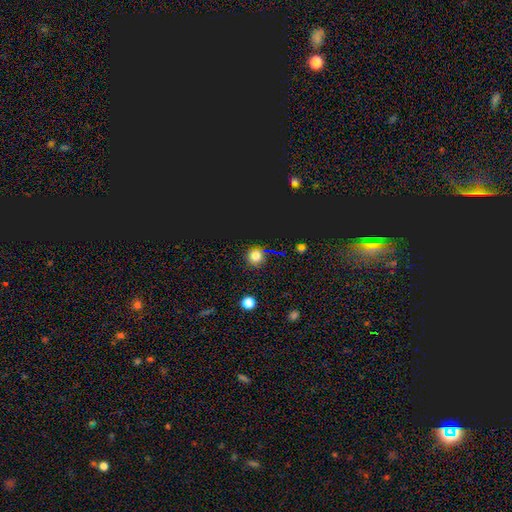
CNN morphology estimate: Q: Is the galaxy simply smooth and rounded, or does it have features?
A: smooth — 68%.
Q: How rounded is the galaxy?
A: round — 94%.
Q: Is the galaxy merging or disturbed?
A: none — 87%.